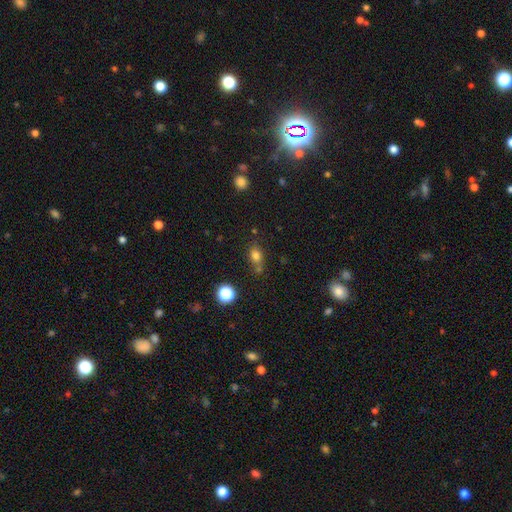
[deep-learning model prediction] The model was most divided on "how rounded": in between: 50%, round: 47%, cigar-shaped: 2%. More confident: smooth or featured — smooth (76%); merging — none (60%).